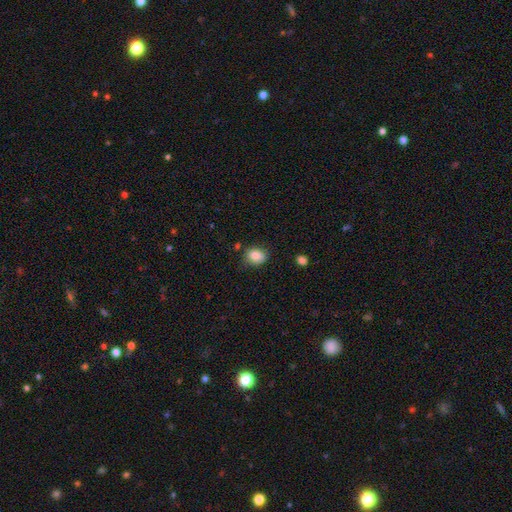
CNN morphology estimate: Q: Smooth or featured?
A: smooth (86%); runner-up: star or artifact (9%)
Q: How rounded?
A: in between (55%); runner-up: round (45%)
Q: Merging?
A: none (72%); runner-up: minor disturbance (20%)